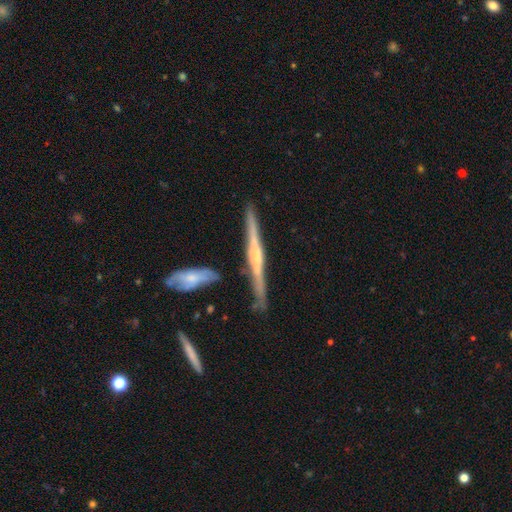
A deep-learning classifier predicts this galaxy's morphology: Smooth or featured: featured or disk — 77% (smooth — 18%)
Edge-on disk: yes — 97% (no — 3%)
Edge-on bulge: rounded — 66% (none — 18%)
Merging: none — 82% (minor disturbance — 10%)